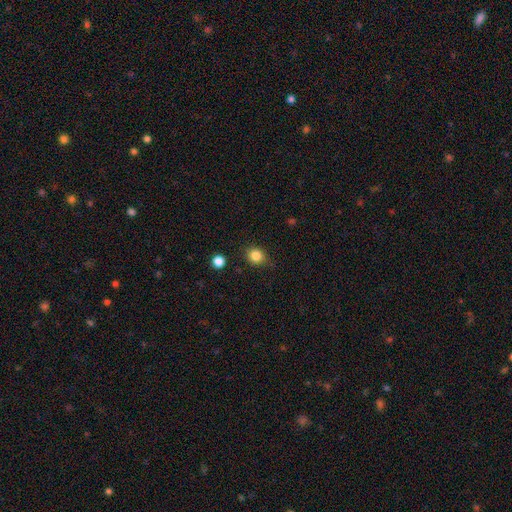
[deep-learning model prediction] Smooth or featured? smooth (84%)
How rounded? round (82%)
Merging? none (82%)